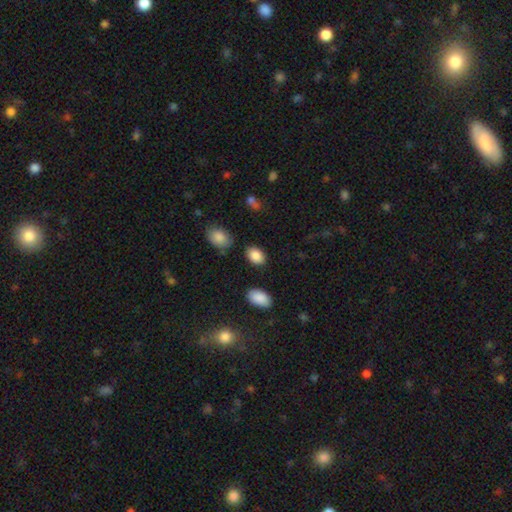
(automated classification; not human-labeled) smooth_or_featured: smooth (p=0.87) [alt: star or artifact p=0.08]
how_rounded: in between (p=0.84) [alt: round p=0.15]
merging: none (p=0.83) [alt: minor disturbance p=0.11]